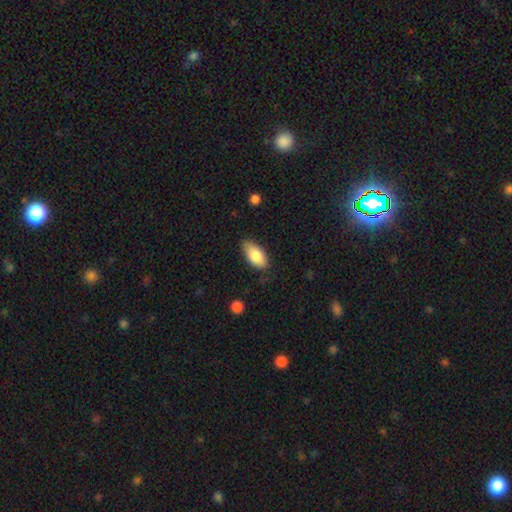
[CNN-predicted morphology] smooth 83%, featured or disk 11%, star or artifact 6%. Down the decision tree: how rounded — in between (92%); merging — none (75%).